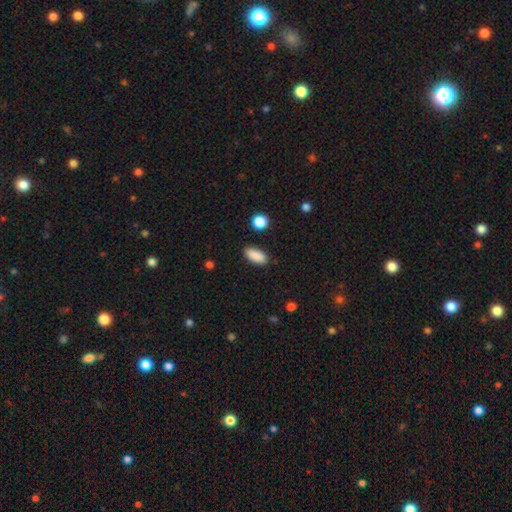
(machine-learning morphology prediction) This is clearly a smooth galaxy (89%). How rounded: clearly in between (83%). Merging: clearly none (88%).